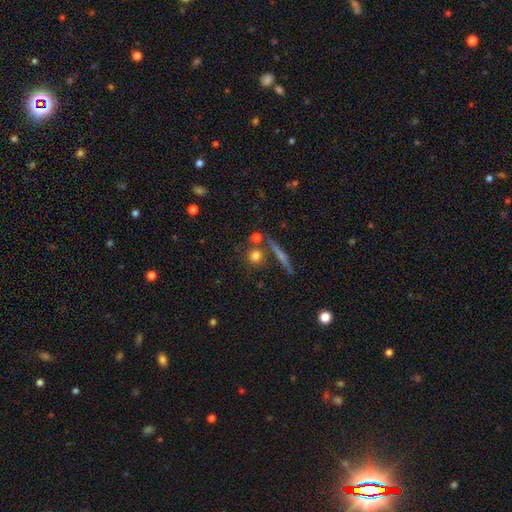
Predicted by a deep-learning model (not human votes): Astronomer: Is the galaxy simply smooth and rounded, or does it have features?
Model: smooth — 73%.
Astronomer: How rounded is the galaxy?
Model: round — 87%.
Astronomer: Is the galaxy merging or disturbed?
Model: none — 68%.